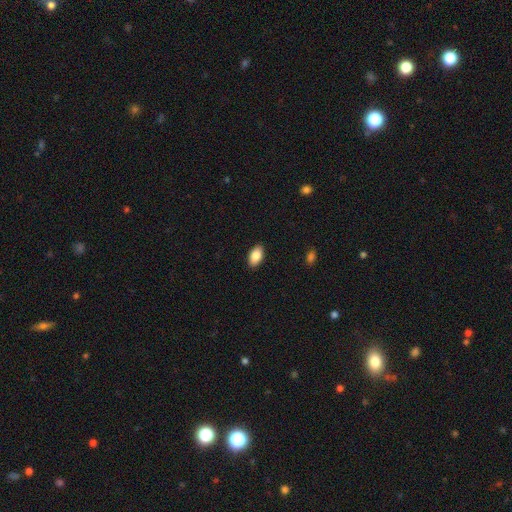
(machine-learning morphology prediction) A smooth galaxy with no disk features (87%) that is in between round and cigar-shaped (94%).

Vote fractions:
- Smooth or featured? smooth: 87% / star or artifact: 7% / featured or disk: 7%
- How rounded? in between: 94% / round: 4% / cigar-shaped: 2%
- Merging? none: 89% / minor disturbance: 8% / major disturbance: 2% / merger: 1%